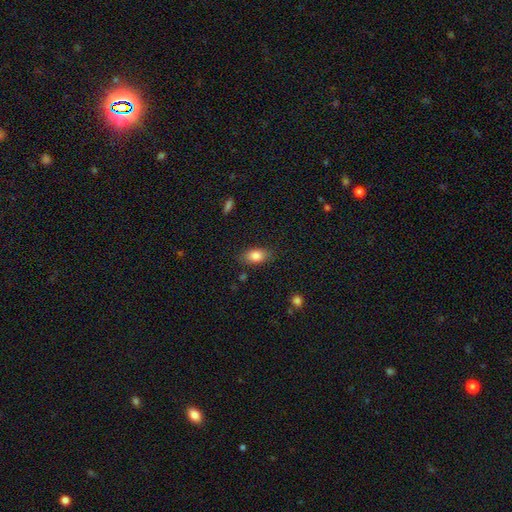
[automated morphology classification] Q: Smooth or featured?
A: smooth (84%); runner-up: star or artifact (8%)
Q: How rounded?
A: in between (86%); runner-up: round (10%)
Q: Merging?
A: none (81%); runner-up: minor disturbance (14%)